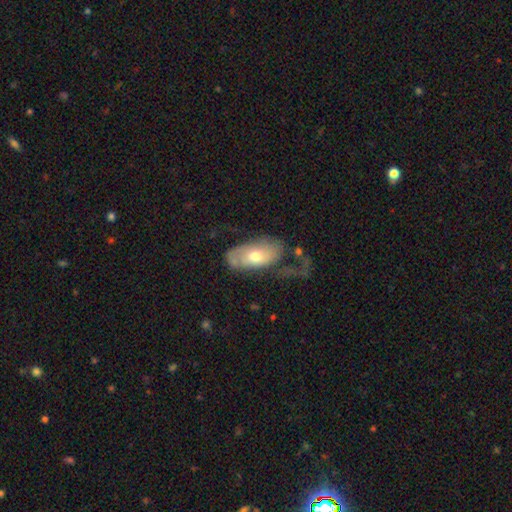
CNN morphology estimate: Overall: smooth (52%; featured or disk 42%). How rounded: in between (91%). Merging: none (39%; major disturbance 29%).